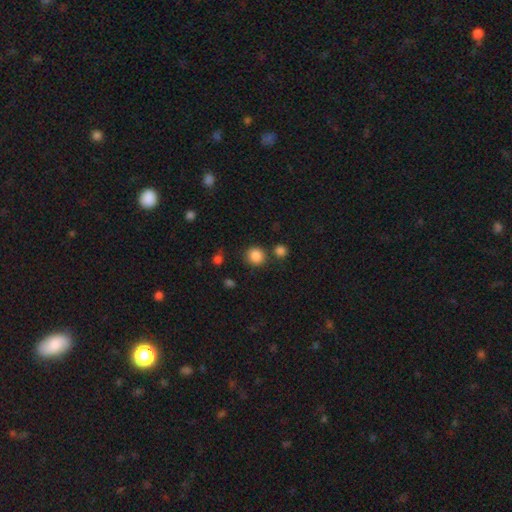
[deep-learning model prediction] This appears to be a smooth galaxy with no disk features (86%) that is round (88%). Merging: none (80%).